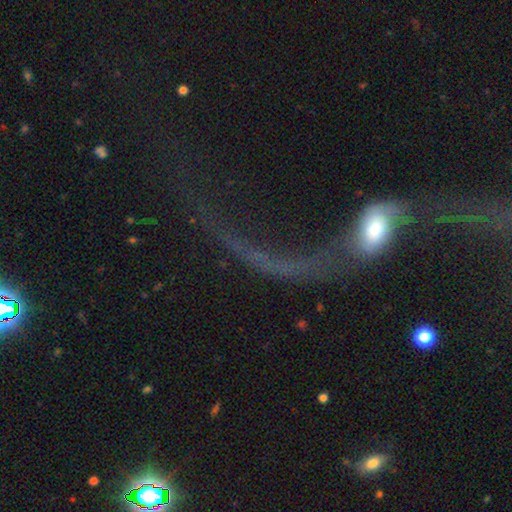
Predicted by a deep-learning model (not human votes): This appears to be a featured or disk galaxy (60%) with no bar (60%), spiral arms (64%) and a moderate central bulge (38%). Merging: major disturbance (53%).